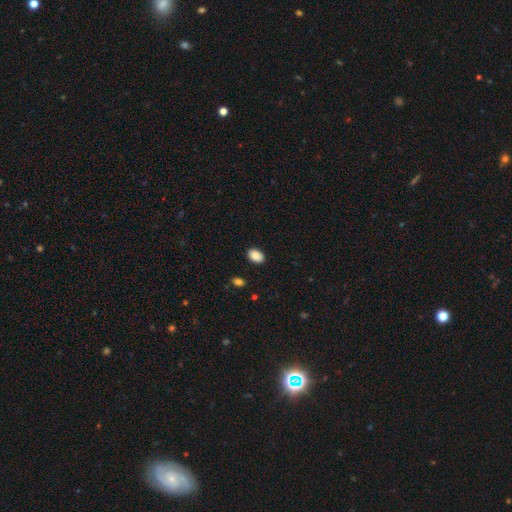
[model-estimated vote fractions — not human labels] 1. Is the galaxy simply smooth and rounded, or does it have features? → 84% smooth, 8% featured or disk, 8% star or artifact.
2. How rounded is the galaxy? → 85% in between, 14% round, 1% cigar-shaped.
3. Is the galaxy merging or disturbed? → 88% none, 8% minor disturbance, 2% major disturbance, 1% merger.